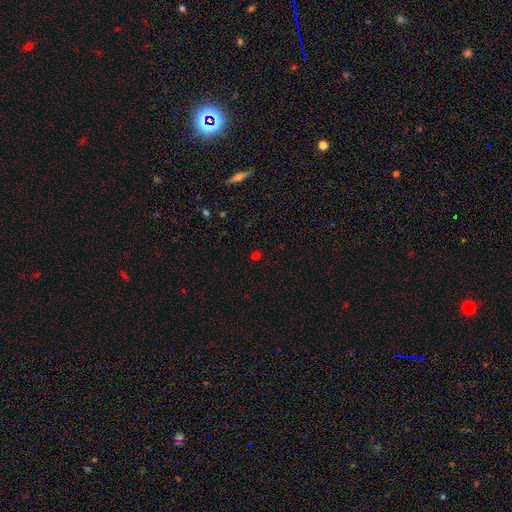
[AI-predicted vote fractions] A smooth galaxy with no disk features (57%) that is round (69%).

Vote fractions:
- Smooth or featured? smooth: 57% / star or artifact: 38% / featured or disk: 5%
- How rounded? round: 69% / in between: 29% / cigar-shaped: 2%
- Merging? none: 84% / minor disturbance: 10% / major disturbance: 4% / merger: 3%